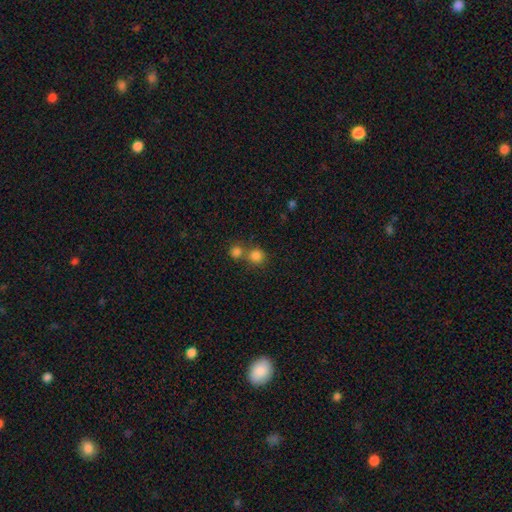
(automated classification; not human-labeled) Smooth or featured? Predicted: smooth (p=0.82). How rounded? Predicted: round (p=0.89). Merging? Predicted: none (p=0.53).